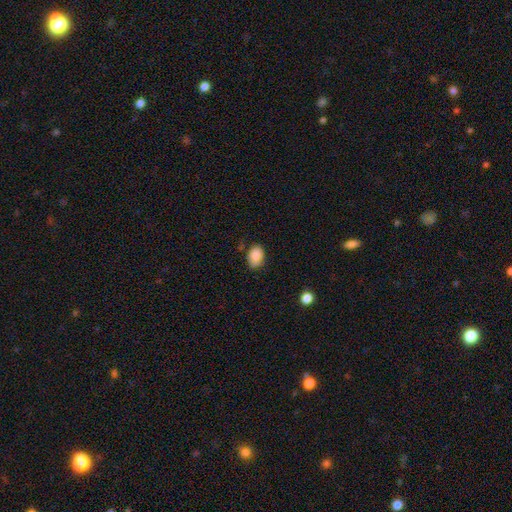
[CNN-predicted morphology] This appears to be a smooth galaxy with no disk features (87%) that is in between round and cigar-shaped (79%). Merging: none (68%).